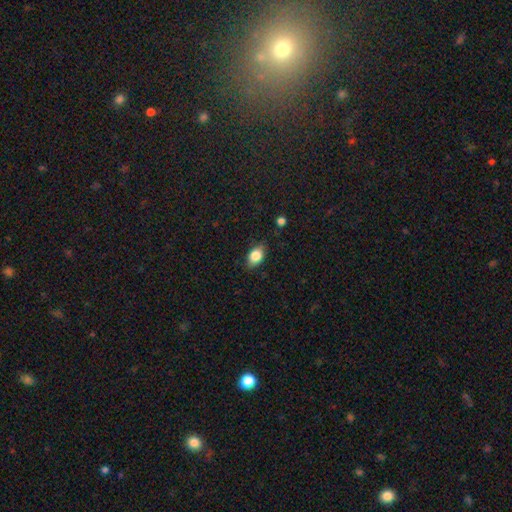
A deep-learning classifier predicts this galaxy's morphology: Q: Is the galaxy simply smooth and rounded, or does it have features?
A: smooth — 83%.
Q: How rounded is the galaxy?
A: in between — 85%.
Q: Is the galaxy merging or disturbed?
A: none — 80%.